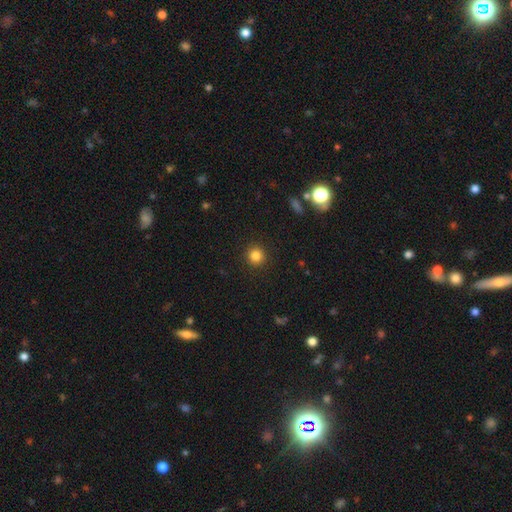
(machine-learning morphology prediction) A smooth galaxy with no disk features (84%) that is round (94%).

Vote fractions:
- Smooth or featured? smooth: 84% / star or artifact: 12% / featured or disk: 5%
- How rounded? round: 94% / in between: 5% / cigar-shaped: 1%
- Merging? none: 92% / minor disturbance: 5% / major disturbance: 2% / merger: 1%